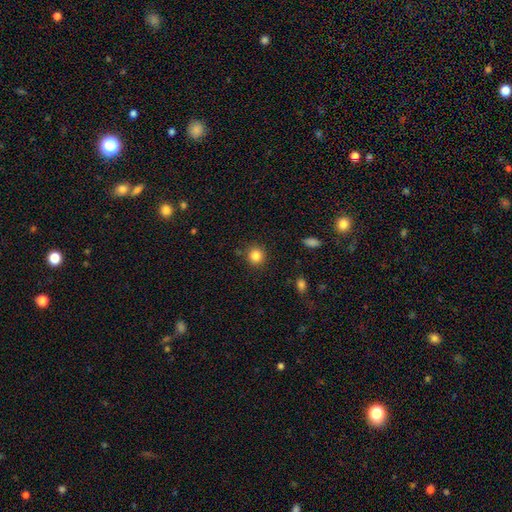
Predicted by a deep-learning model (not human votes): This is clearly a smooth galaxy (84%). How rounded: clearly round (91%). Merging: clearly none (88%).